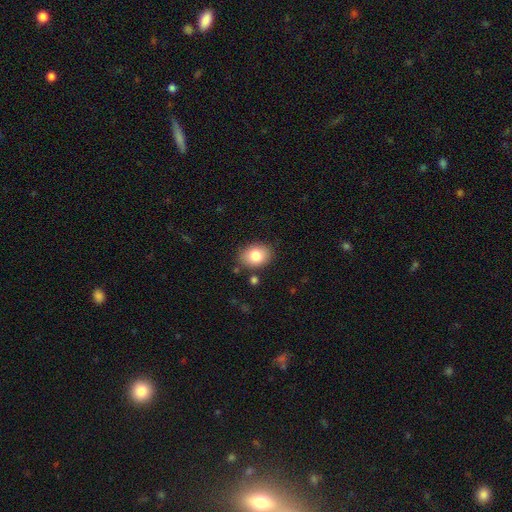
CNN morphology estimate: The model was most divided on "how rounded": in between: 64%, round: 35%, cigar-shaped: 1%. More confident: merging — none (83%); smooth or featured — smooth (81%).